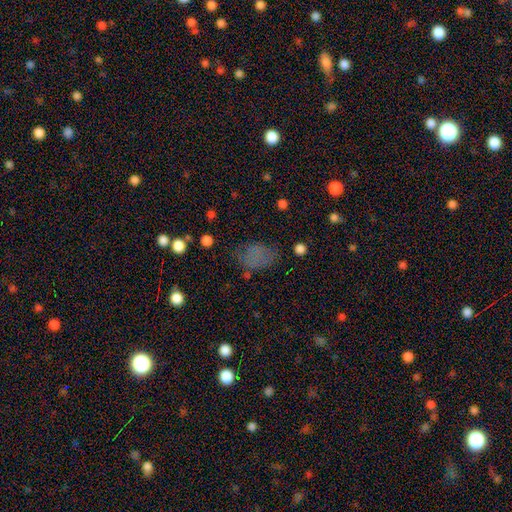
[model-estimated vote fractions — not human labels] This appears to be a smooth galaxy with no disk features (67%) that is in between round and cigar-shaped (79%). Merging: none (58%).